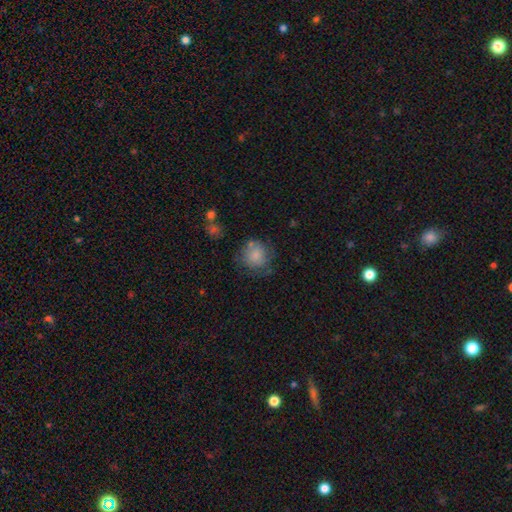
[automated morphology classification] Overall: smooth (78%). How rounded: round (85%). Merging: none (58%; minor disturbance 24%).